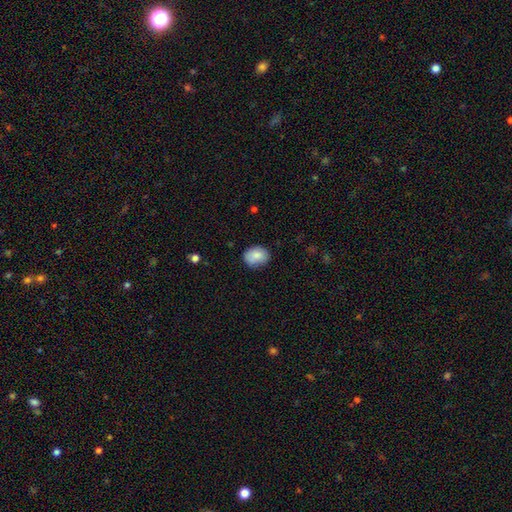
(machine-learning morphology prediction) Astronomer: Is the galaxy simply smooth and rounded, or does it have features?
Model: smooth — 84%.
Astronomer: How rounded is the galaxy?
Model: in between — 56% (runner-up: round, 43%).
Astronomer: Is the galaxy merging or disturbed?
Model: none — 76%.